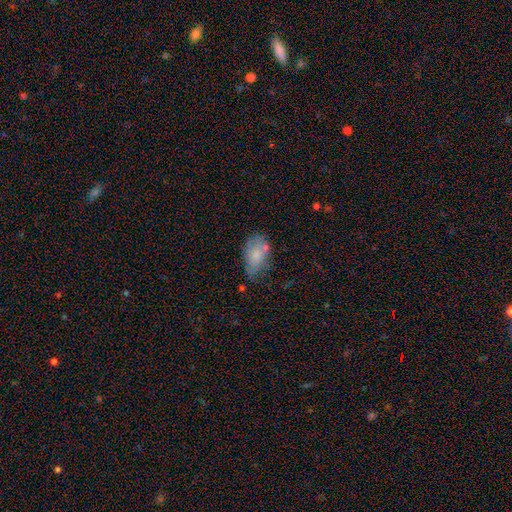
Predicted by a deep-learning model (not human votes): smooth 70%, featured or disk 22%, star or artifact 8%. Down the decision tree: how rounded — in between (91%); merging — none (50%).